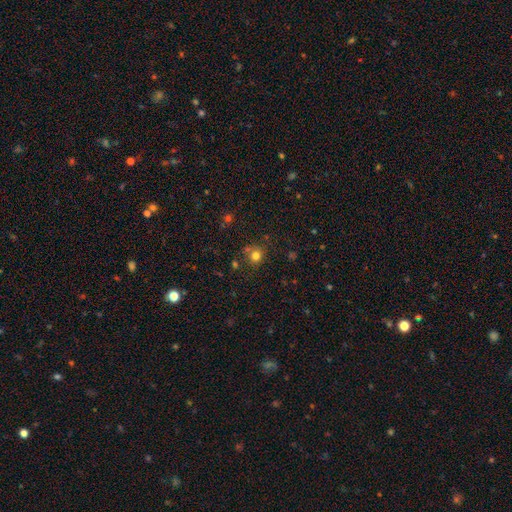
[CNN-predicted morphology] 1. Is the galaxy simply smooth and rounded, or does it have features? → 77% smooth, 16% star or artifact, 7% featured or disk.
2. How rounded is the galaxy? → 88% round, 11% in between, 1% cigar-shaped.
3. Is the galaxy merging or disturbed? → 74% none, 11% minor disturbance, 11% merger, 4% major disturbance.